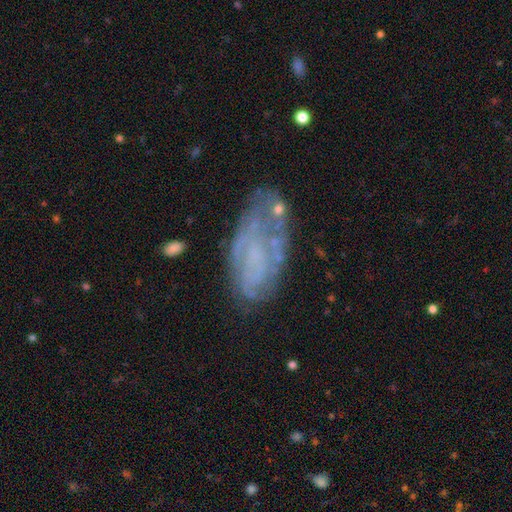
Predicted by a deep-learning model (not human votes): Morphology: type=featured or disk (62%); edge-on=no (94%); bar=no (80%); spiral arms=no (58%); bulge=none (72%); merging=none (52%).